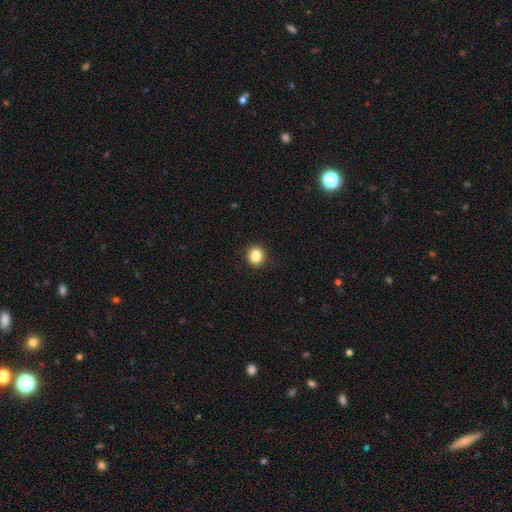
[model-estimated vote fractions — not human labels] Smooth or featured: smooth — 86% (star or artifact — 10%)
How rounded: round — 82% (in between — 17%)
Merging: none — 92% (minor disturbance — 6%)